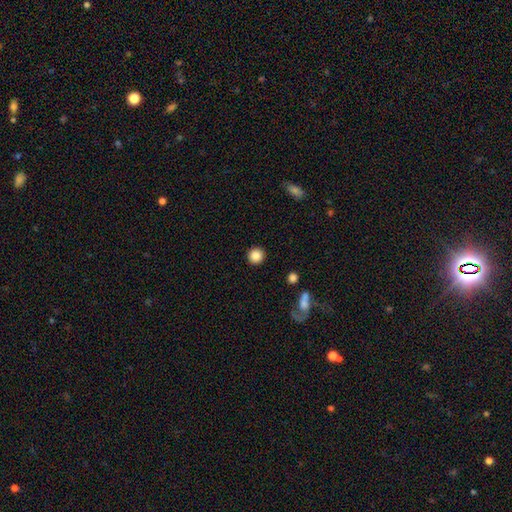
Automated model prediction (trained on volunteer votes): This is clearly a smooth galaxy (86%). How rounded: clearly round (94%). Merging: clearly none (92%).